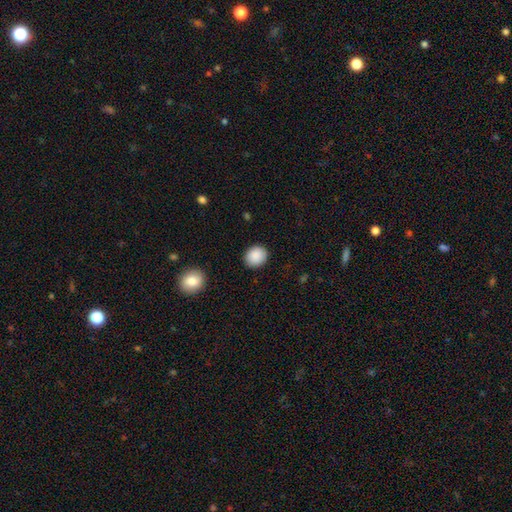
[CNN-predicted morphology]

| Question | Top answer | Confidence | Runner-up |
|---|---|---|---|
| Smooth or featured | smooth | 89% | star or artifact (8%) |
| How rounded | round | 75% | in between (24%) |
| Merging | none | 89% | minor disturbance (7%) |